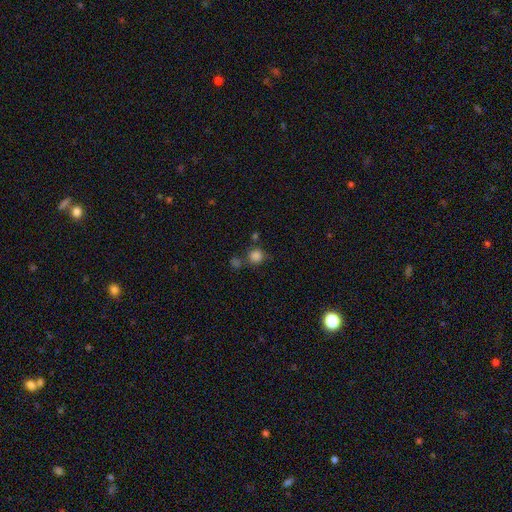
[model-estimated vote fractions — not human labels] The model was most divided on "merging": none: 62%, merger: 19%, minor disturbance: 13%, major disturbance: 6%. More confident: how rounded — round (89%); smooth or featured — smooth (81%).